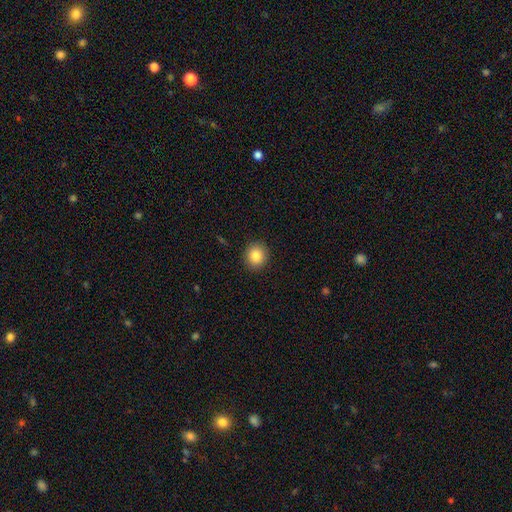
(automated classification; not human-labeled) This is clearly a smooth galaxy (86%). How rounded: clearly round (84%). Merging: clearly none (91%).